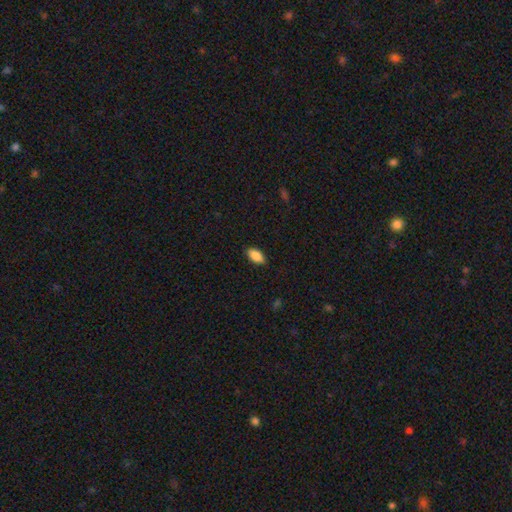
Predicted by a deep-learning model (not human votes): smooth 87%, star or artifact 7%, featured or disk 6%. Down the decision tree: how rounded — in between (92%); merging — none (86%).